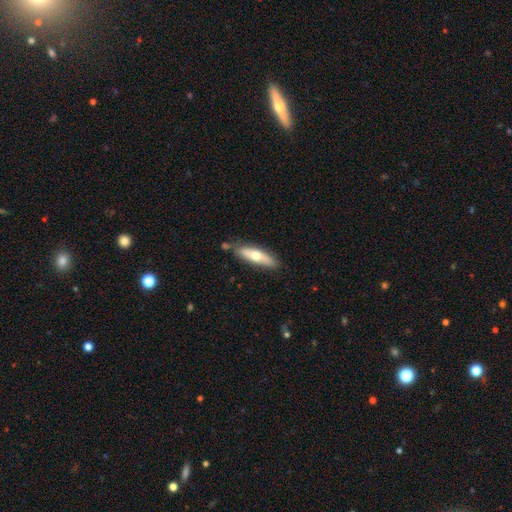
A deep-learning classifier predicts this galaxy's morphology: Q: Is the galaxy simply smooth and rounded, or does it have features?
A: smooth — 55%.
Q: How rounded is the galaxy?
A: cigar-shaped — 60%.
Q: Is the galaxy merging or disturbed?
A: none — 74%.